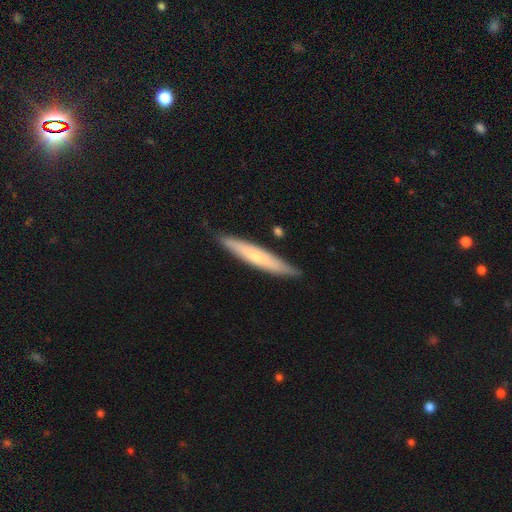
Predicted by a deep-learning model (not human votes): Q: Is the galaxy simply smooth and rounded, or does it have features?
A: smooth — 54%.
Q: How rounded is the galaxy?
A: cigar-shaped — 92%.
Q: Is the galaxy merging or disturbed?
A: none — 85%.